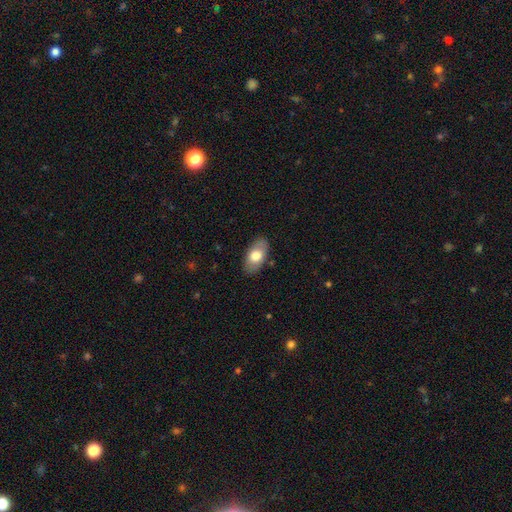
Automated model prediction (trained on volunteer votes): Smooth or featured? smooth (72%)
How rounded? in between (93%)
Merging? none (85%)